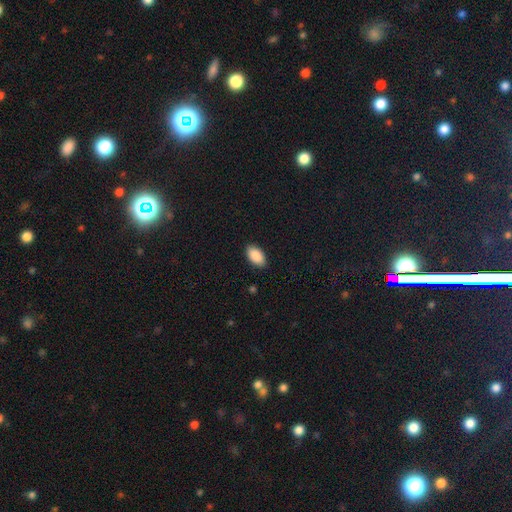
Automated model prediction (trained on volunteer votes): A smooth galaxy with no disk features (90%) that is in between round and cigar-shaped (95%).

Vote fractions:
- Smooth or featured? smooth: 90% / star or artifact: 7% / featured or disk: 3%
- How rounded? in between: 95% / round: 4% / cigar-shaped: 2%
- Merging? none: 89% / minor disturbance: 8% / major disturbance: 2% / merger: 1%